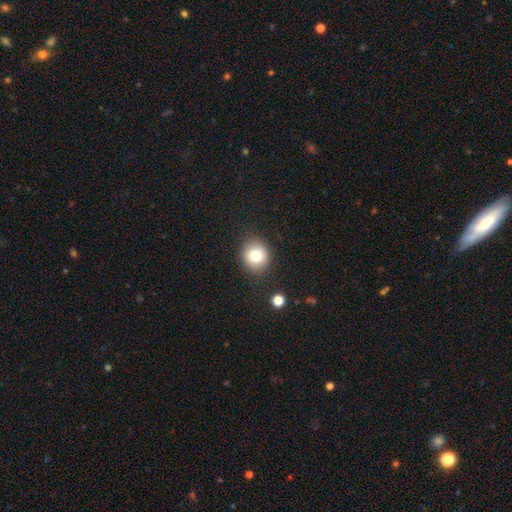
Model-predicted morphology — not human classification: A smooth galaxy with no disk features (77%) that is round (82%).

Vote fractions:
- Smooth or featured? smooth: 77% / star or artifact: 12% / featured or disk: 11%
- How rounded? round: 82% / in between: 17% / cigar-shaped: 1%
- Merging? none: 87% / minor disturbance: 9% / major disturbance: 3% / merger: 2%